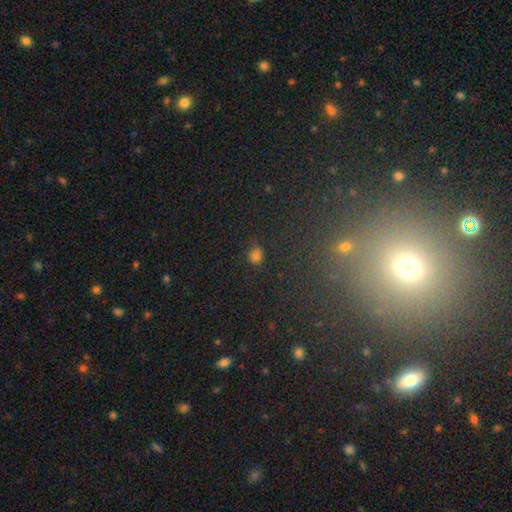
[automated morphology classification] Smooth or featured: smooth — 70% (star or artifact — 24%)
How rounded: round — 66% (in between — 32%)
Merging: none — 77% (minor disturbance — 14%)